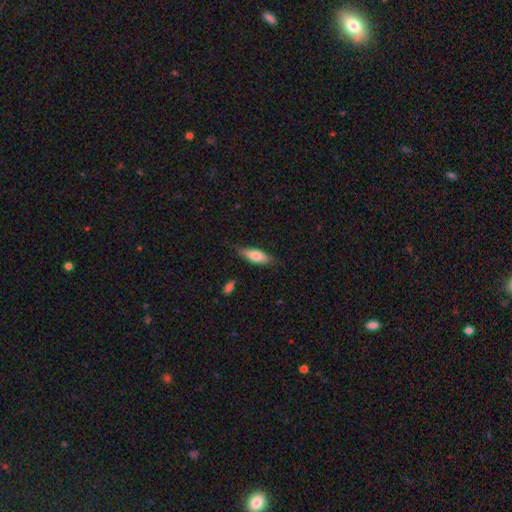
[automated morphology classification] A smooth galaxy with no disk features (74%) that is in between round and cigar-shaped (60%).

Vote fractions:
- Smooth or featured? smooth: 74% / featured or disk: 20% / star or artifact: 6%
- How rounded? in between: 60% / cigar-shaped: 37% / round: 2%
- Merging? none: 75% / minor disturbance: 19% / major disturbance: 4% / merger: 2%